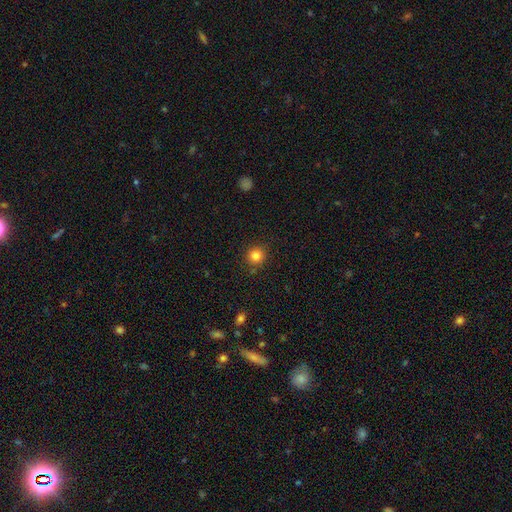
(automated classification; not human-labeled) Overall: smooth (84%). How rounded: round (93%). Merging: none (87%).